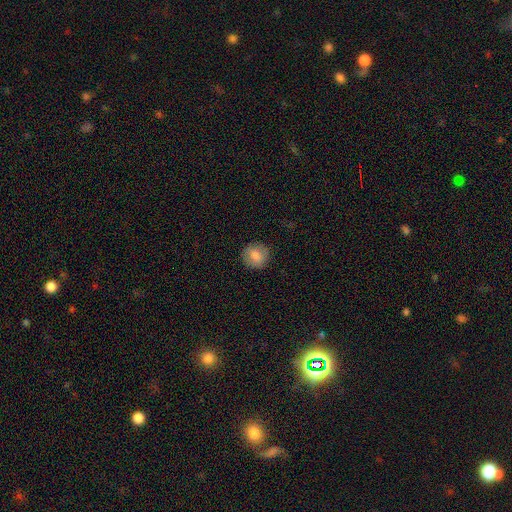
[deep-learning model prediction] A smooth galaxy with no disk features (79%) that is round (88%).

Vote fractions:
- Smooth or featured? smooth: 79% / featured or disk: 12% / star or artifact: 9%
- How rounded? round: 88% / in between: 11% / cigar-shaped: 1%
- Merging? none: 87% / minor disturbance: 9% / major disturbance: 3% / merger: 1%